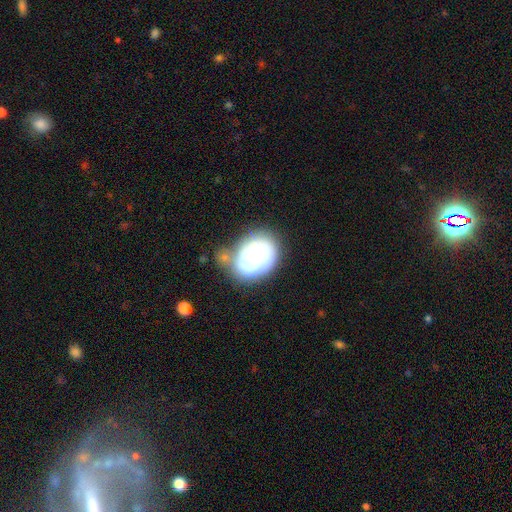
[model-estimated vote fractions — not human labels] smooth-or-featured: featured or disk: 63% | smooth: 30% | star or artifact: 7%
  disk-edge-on: no: 98% | yes: 2%
    bar: no: 73% | weak: 23% | strong: 4%
    has-spiral-arms: yes: 88% | no: 12%
      spiral-winding: tight: 58% | medium: 32% | loose: 10%
      spiral-arm-count: 2: 33% | can't tell: 28% | 3: 25% | 1: 6% | 4: 5% | more than 4: 3%
    bulge-size: small: 49% | moderate: 36% | large: 8% | none: 6% | dominant: 2%
  merging: none: 54% | minor disturbance: 25% | major disturbance: 11% | merger: 10%